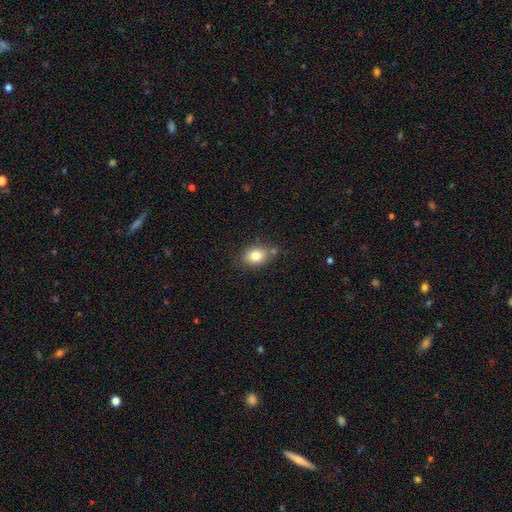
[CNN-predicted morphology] Smooth or featured? Predicted: smooth (p=0.80). How rounded? Predicted: in between (p=0.64). Merging? Predicted: none (p=0.69).